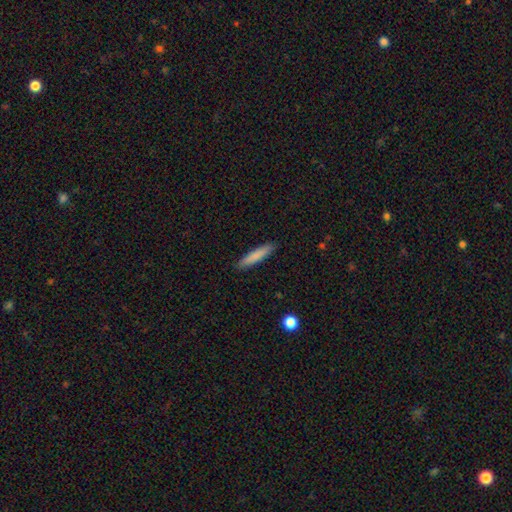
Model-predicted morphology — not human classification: This appears to be a smooth galaxy with no disk features (81%) that is cigar-shaped (90%). Merging: none (91%).